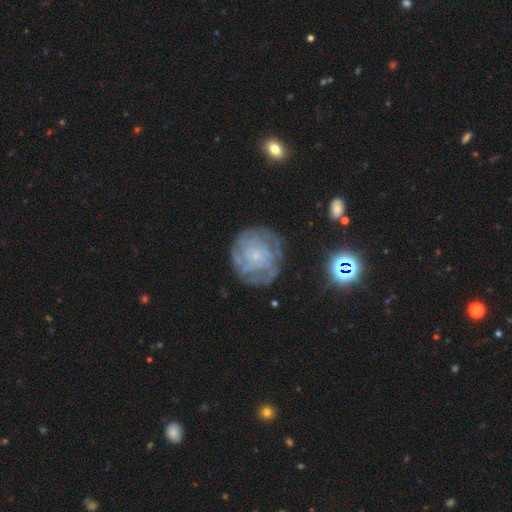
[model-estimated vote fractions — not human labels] featured or disk 71%, smooth 20%, star or artifact 9%. Down the decision tree: edge-on disk — no (98%); bar — no (80%); spiral arms — yes (86%); spiral arm count — can't tell (51%); spiral winding — tight (70%); bulge size — small (76%); merging — none (72%).